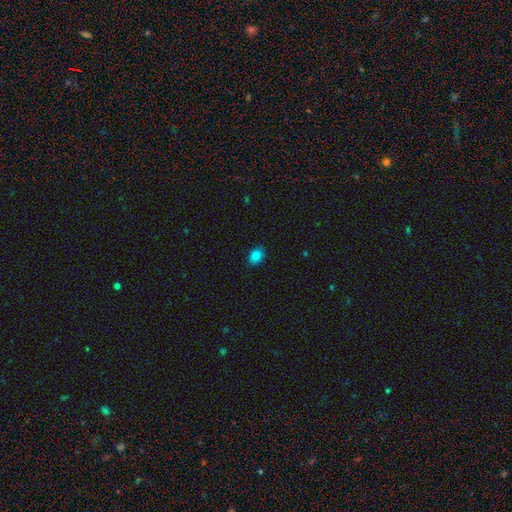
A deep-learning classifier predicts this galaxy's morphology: Smooth or featured? smooth (84%)
How rounded? in between (58%)
Merging? none (88%)